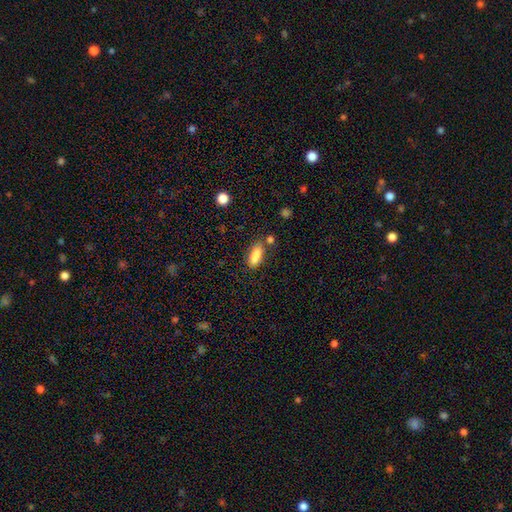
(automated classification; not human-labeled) Smooth or featured?
  - smooth: 85% *
  - star or artifact: 9%
  - featured or disk: 6%
How rounded?
  - in between: 74% *
  - cigar-shaped: 24%
  - round: 3%
Merging?
  - none: 65% *
  - minor disturbance: 17%
  - merger: 12%
  - major disturbance: 6%